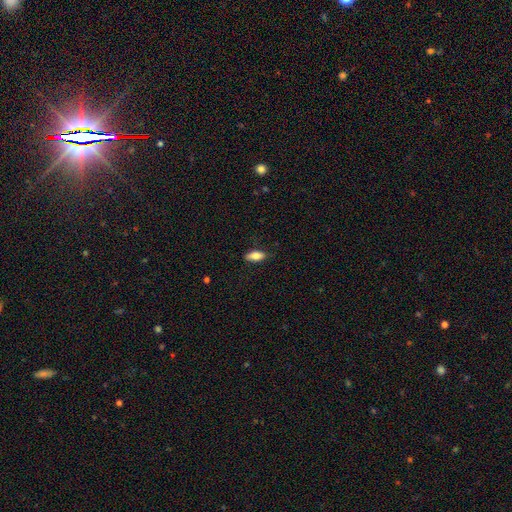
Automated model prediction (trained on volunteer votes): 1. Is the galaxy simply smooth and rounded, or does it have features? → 81% smooth, 12% featured or disk, 7% star or artifact.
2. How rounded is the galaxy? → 83% in between, 15% cigar-shaped, 3% round.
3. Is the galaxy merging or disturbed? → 82% none, 14% minor disturbance, 3% major disturbance, 1% merger.